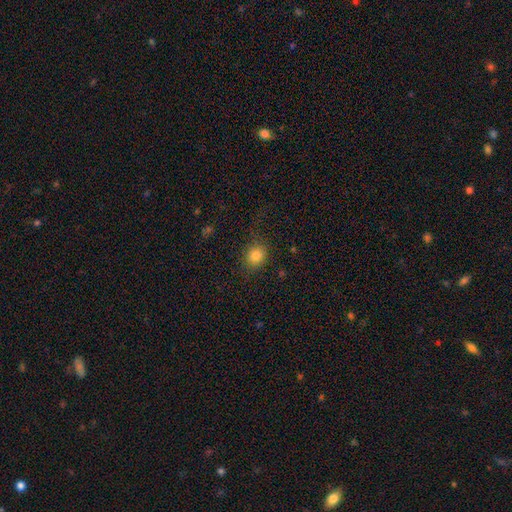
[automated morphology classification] This appears to be a smooth galaxy with no disk features (83%) that is round (73%). Merging: none (80%).